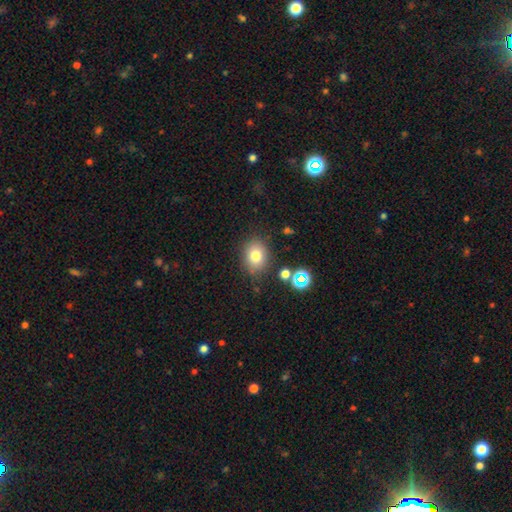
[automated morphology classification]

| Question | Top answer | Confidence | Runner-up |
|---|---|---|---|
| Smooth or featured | smooth | 77% | star or artifact (13%) |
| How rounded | round | 50% | in between (49%) |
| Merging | none | 80% | minor disturbance (12%) |